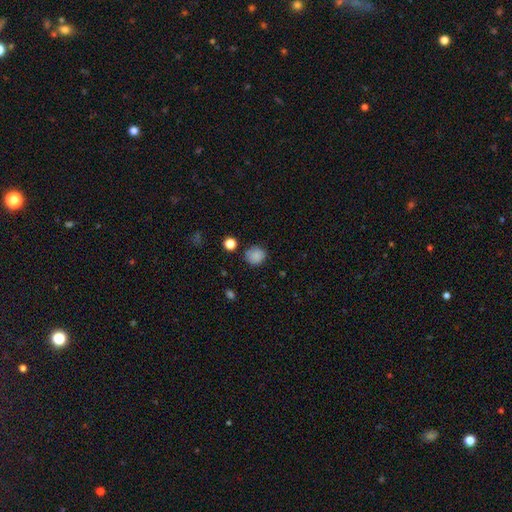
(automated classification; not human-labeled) Smooth or featured: smooth — 85% (star or artifact — 11%)
How rounded: round — 86% (in between — 13%)
Merging: none — 81% (minor disturbance — 13%)